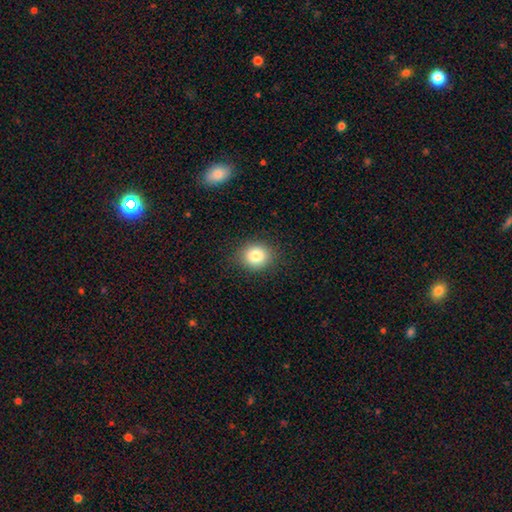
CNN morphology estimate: A smooth galaxy with no disk features (83%) that is round (76%).

Vote fractions:
- Smooth or featured? smooth: 83% / star or artifact: 10% / featured or disk: 7%
- How rounded? round: 76% / in between: 23% / cigar-shaped: 1%
- Merging? none: 89% / minor disturbance: 8% / major disturbance: 2% / merger: 1%